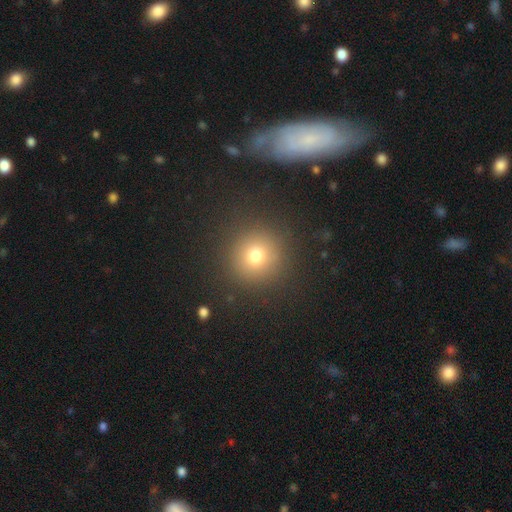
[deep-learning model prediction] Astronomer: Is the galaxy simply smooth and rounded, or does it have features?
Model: smooth — 75%.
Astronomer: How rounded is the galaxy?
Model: round — 94%.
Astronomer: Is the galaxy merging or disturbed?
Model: none — 89%.